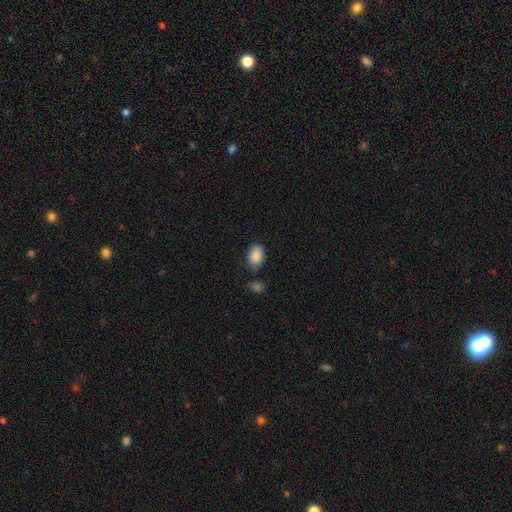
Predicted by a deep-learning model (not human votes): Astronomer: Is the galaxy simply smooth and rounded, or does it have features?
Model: smooth — 89%.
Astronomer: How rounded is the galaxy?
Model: in between — 87%.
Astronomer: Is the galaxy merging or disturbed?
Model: none — 76%.